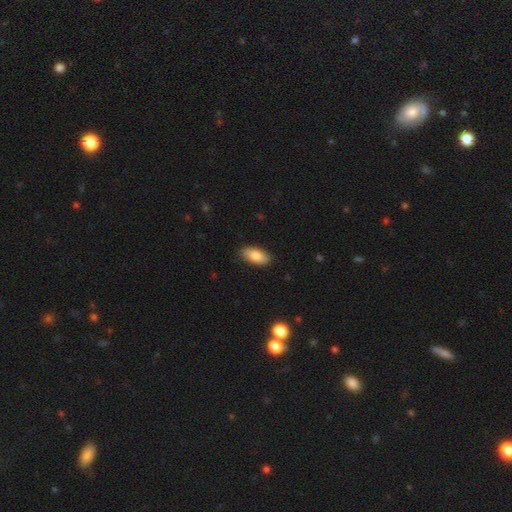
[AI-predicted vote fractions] Smooth or featured? Predicted: smooth (p=0.82). How rounded? Predicted: in between (p=0.89). Merging? Predicted: none (p=0.88).